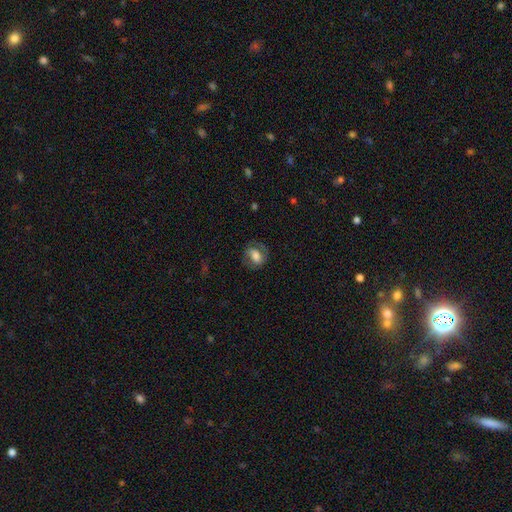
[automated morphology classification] smooth 52%, featured or disk 39%, star or artifact 8%. Down the decision tree: how rounded — in between (64%); merging — none (67%).